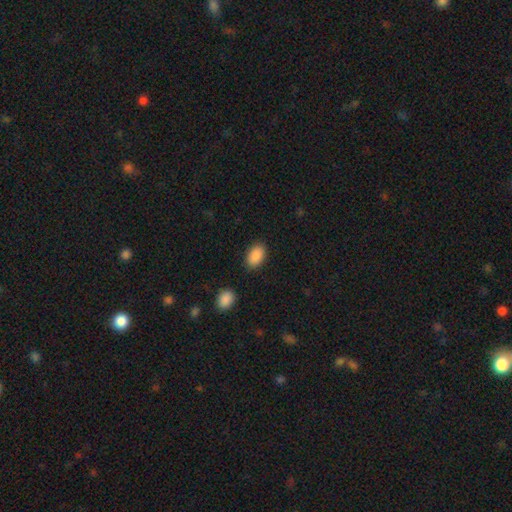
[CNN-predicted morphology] smooth 90%, star or artifact 7%, featured or disk 3%. Down the decision tree: how rounded — in between (91%); merging — none (86%).